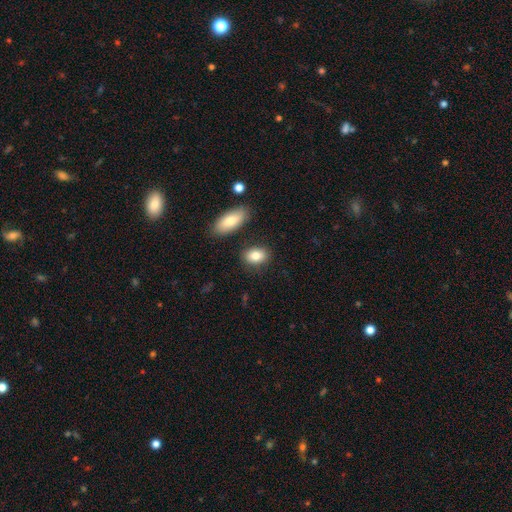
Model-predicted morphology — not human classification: Smooth or featured: smooth — 83% (featured or disk — 9%)
How rounded: in between — 75% (round — 23%)
Merging: none — 82% (minor disturbance — 10%)